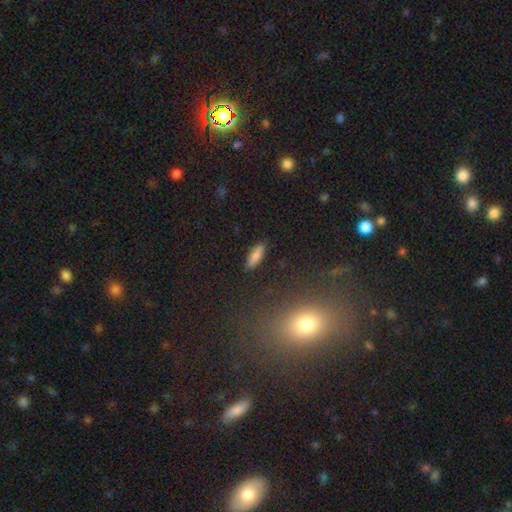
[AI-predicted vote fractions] Q: Smooth or featured?
A: smooth (84%); runner-up: star or artifact (8%)
Q: How rounded?
A: in between (55%); runner-up: cigar-shaped (43%)
Q: Merging?
A: none (87%); runner-up: minor disturbance (9%)